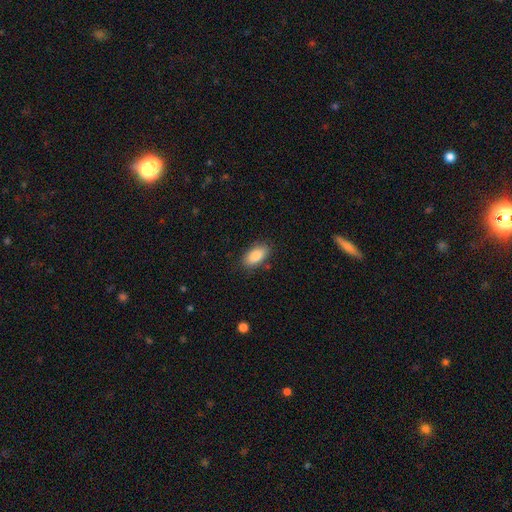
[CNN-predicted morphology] smooth_or_featured: smooth (p=0.87) [alt: star or artifact p=0.07]
how_rounded: in between (p=0.92) [alt: cigar-shaped p=0.05]
merging: none (p=0.83) [alt: minor disturbance p=0.12]